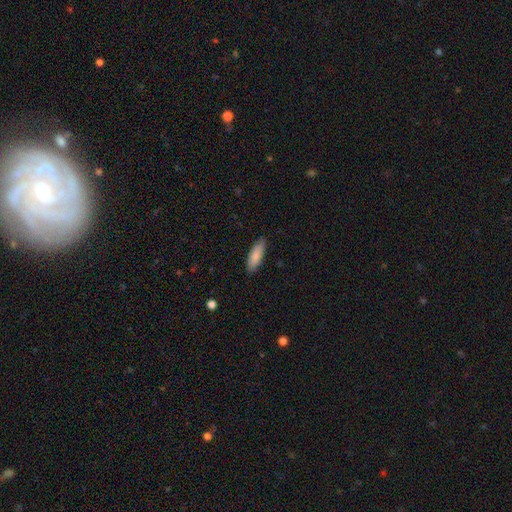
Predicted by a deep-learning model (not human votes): Smooth or featured? Predicted: smooth (p=0.86). How rounded? Predicted: in between (p=0.58). Merging? Predicted: none (p=0.88).